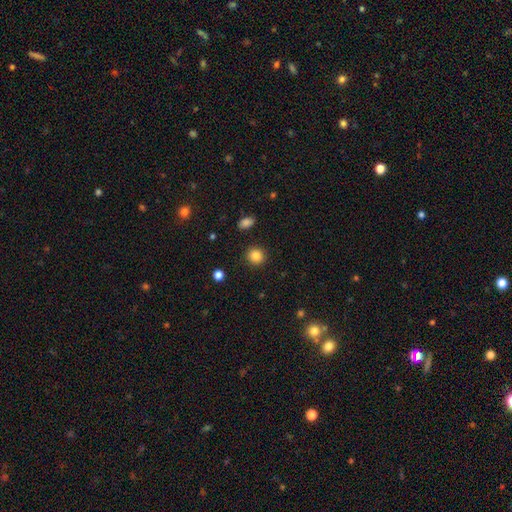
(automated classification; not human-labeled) Smooth or featured? Predicted: smooth (p=0.86). How rounded? Predicted: round (p=0.88). Merging? Predicted: none (p=0.90).